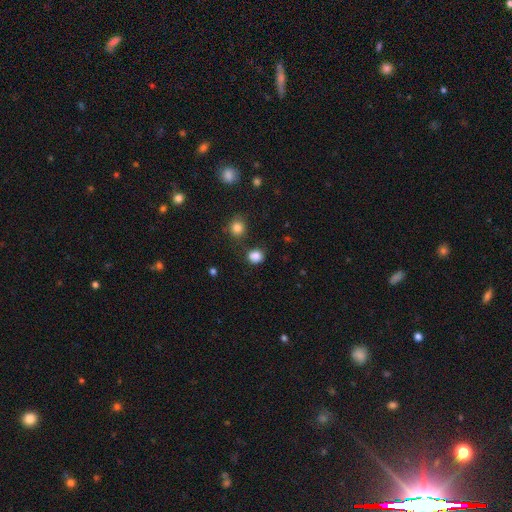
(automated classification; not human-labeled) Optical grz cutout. It shows a smooth galaxy with no disk features (84%) that is round (77%). Merging: none (77%).